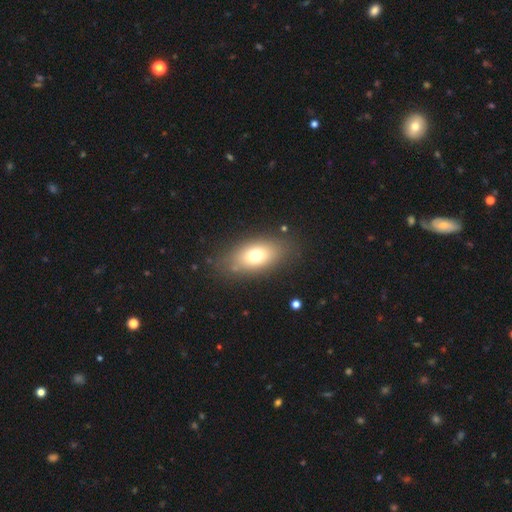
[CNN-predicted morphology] type=smooth (71%); roundness=in between (84%); merging=none (79%).